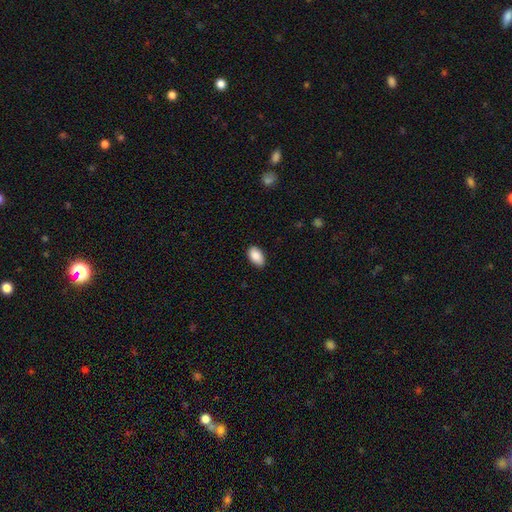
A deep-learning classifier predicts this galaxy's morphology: Overall: smooth (89%). How rounded: in between (94%). Merging: none (85%).